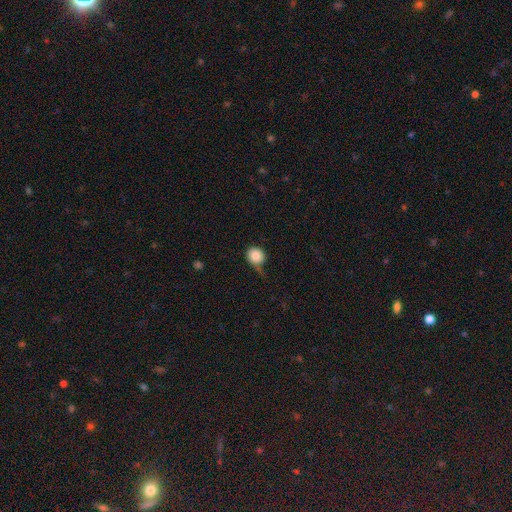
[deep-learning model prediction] Smooth or featured? smooth (84%)
How rounded? round (87%)
Merging? none (44%)